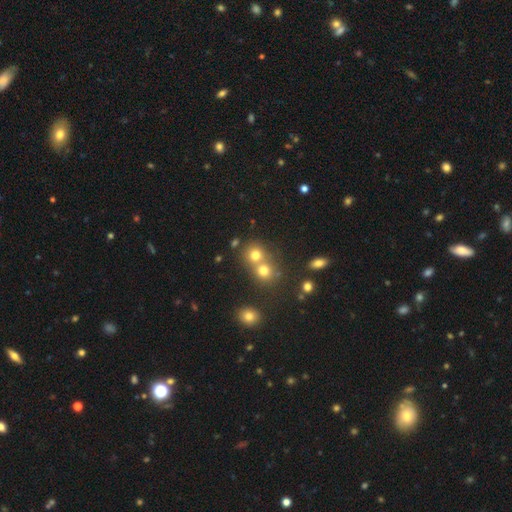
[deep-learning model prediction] Overall: smooth (71%). How rounded: round (83%). Merging: merger (48%; none 44%).